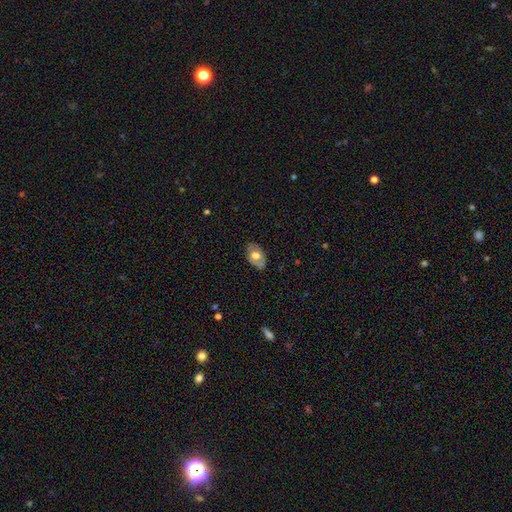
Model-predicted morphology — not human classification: A smooth galaxy with no disk features (52%) that is in between round and cigar-shaped (87%).

Vote fractions:
- Smooth or featured? smooth: 52% / featured or disk: 41% / star or artifact: 7%
- How rounded? in between: 87% / round: 12% / cigar-shaped: 1%
- Merging? none: 79% / minor disturbance: 17% / major disturbance: 3% / merger: 1%